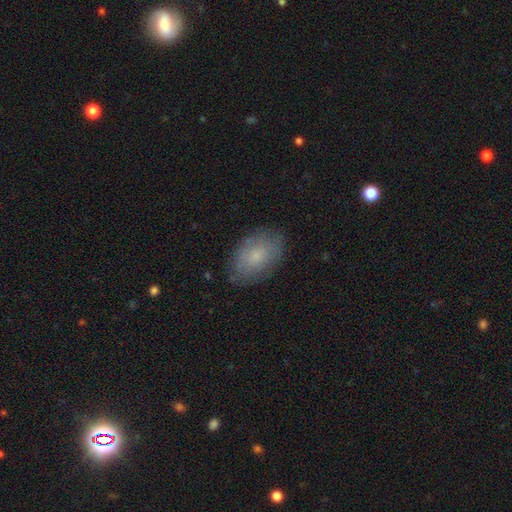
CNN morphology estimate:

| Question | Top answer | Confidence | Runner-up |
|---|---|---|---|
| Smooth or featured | smooth | 73% | featured or disk (19%) |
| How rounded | in between | 87% | round (11%) |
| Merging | none | 81% | minor disturbance (15%) |